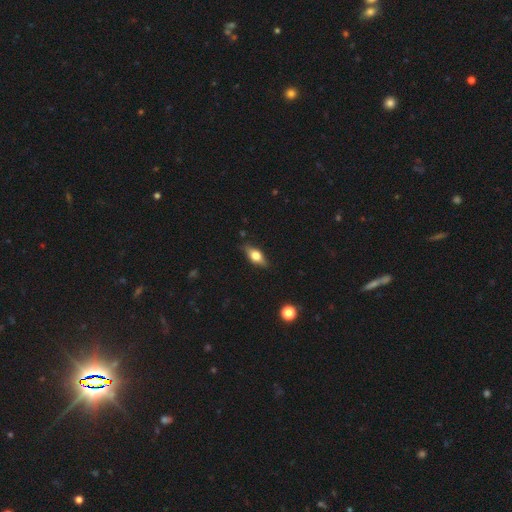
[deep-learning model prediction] smooth-or-featured: smooth: 51% | featured or disk: 41% | star or artifact: 8%
  how-rounded: in between: 70% | cigar-shaped: 23% | round: 7%
  merging: none: 83% | minor disturbance: 13% | major disturbance: 3% | merger: 1%